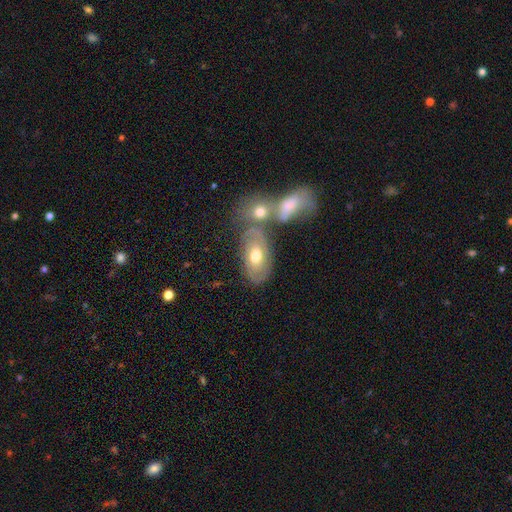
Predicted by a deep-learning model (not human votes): Smooth or featured?
  - featured or disk: 62% *
  - smooth: 31%
  - star or artifact: 8%
Edge-on disk?
  - no: 92% *
  - yes: 8%
Bar?
  - no: 74% *
  - weak: 21%
  - strong: 5%
Spiral arms?
  - yes: 73% *
  - no: 27%
Bulge size?
  - moderate: 75% *
  - small: 12%
  - large: 11%
  - none: 2%
  - dominant: 1%
Merging?
  - none: 53% *
  - merger: 24%
  - minor disturbance: 16%
  - major disturbance: 7%